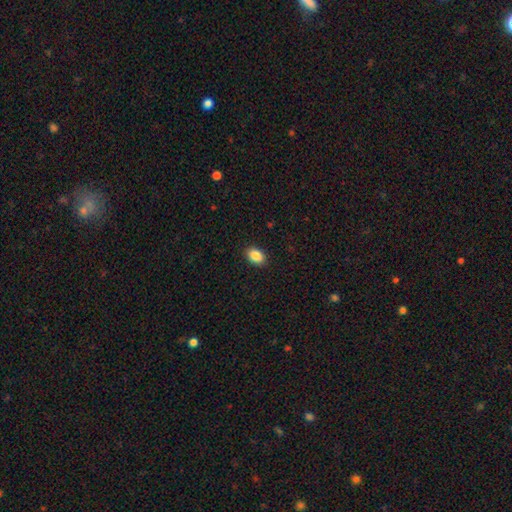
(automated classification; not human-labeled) The model was most divided on "how rounded": in between: 83%, round: 16%, cigar-shaped: 1%. More confident: merging — none (90%); smooth or featured — smooth (88%).